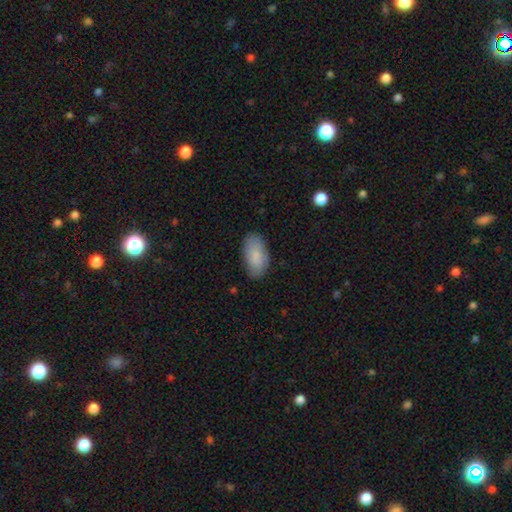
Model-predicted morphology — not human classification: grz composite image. It shows a smooth galaxy with no disk features (85%) that is in between round and cigar-shaped (94%). Merging: none (82%).